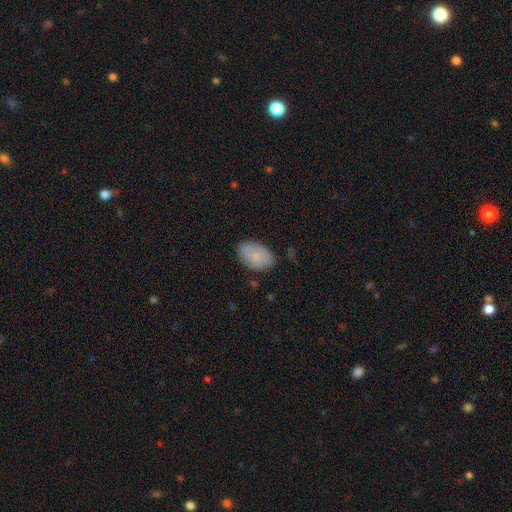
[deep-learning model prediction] Q: Smooth or featured?
A: smooth (72%); runner-up: featured or disk (22%)
Q: How rounded?
A: in between (89%); runner-up: round (9%)
Q: Merging?
A: none (75%); runner-up: minor disturbance (20%)